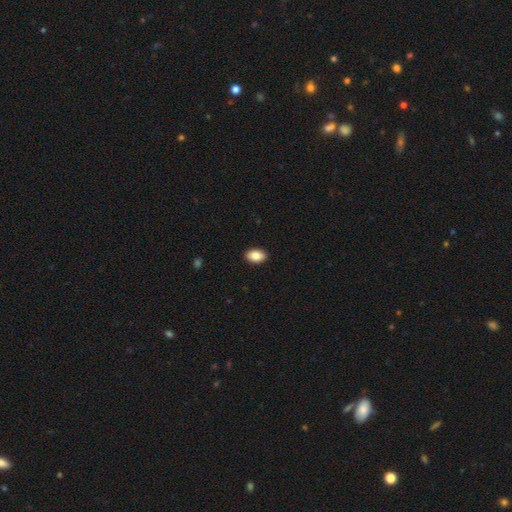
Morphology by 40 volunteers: Smooth or featured?
  - smooth: 82% *
  - star or artifact: 10%
  - featured or disk: 8%
How rounded?
  - in between: 88% *
  - round: 12%
  - cigar-shaped: 0%
Merging?
  - none: 92% *
  - minor disturbance: 8%
  - major disturbance: 0%
  - merger: 0%